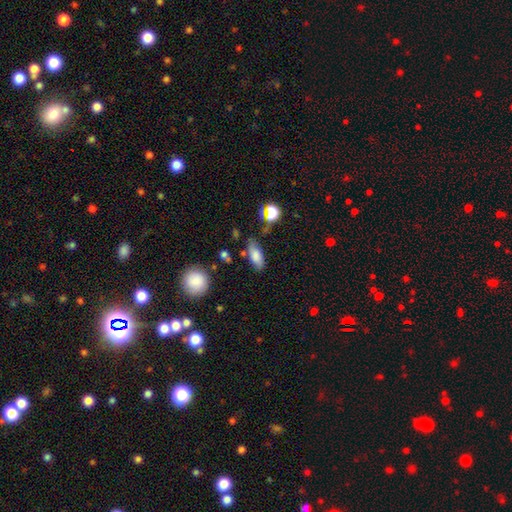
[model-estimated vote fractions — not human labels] The model was most divided on "merging": none: 69%, minor disturbance: 20%, major disturbance: 6%, merger: 6%. More confident: how rounded — in between (81%); smooth or featured — smooth (78%).